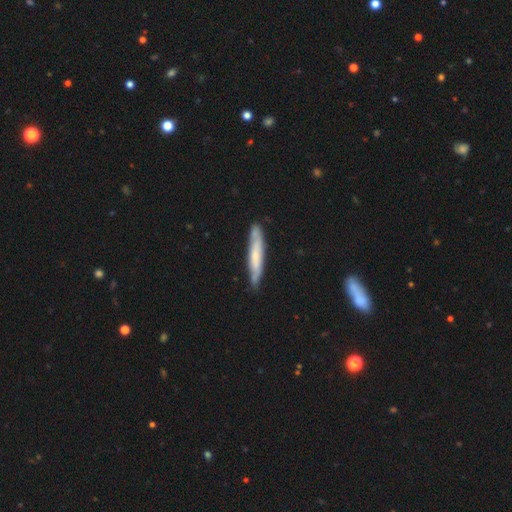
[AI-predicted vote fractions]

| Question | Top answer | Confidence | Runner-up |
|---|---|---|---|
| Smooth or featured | smooth | 47% | tied: featured or disk (47%) |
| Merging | none | 79% | minor disturbance (16%) |